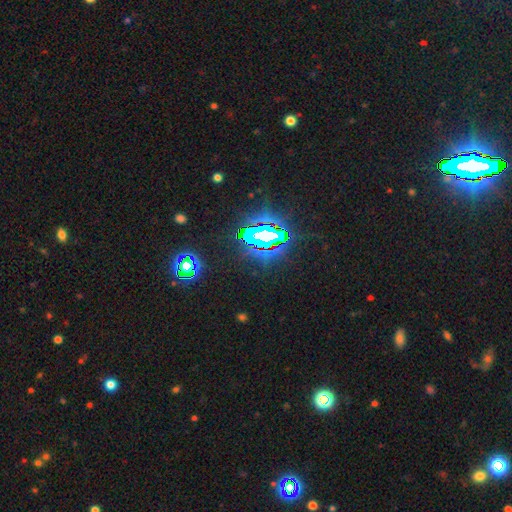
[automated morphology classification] This is clearly a star or artifact rather than a galaxy (83%).